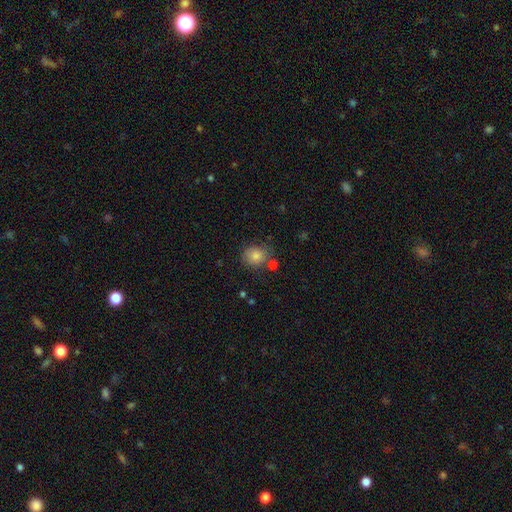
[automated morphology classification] Smooth or featured?
  - smooth: 79% *
  - star or artifact: 11%
  - featured or disk: 10%
How rounded?
  - round: 77% *
  - in between: 22%
  - cigar-shaped: 1%
Merging?
  - none: 71% *
  - minor disturbance: 16%
  - merger: 9%
  - major disturbance: 4%